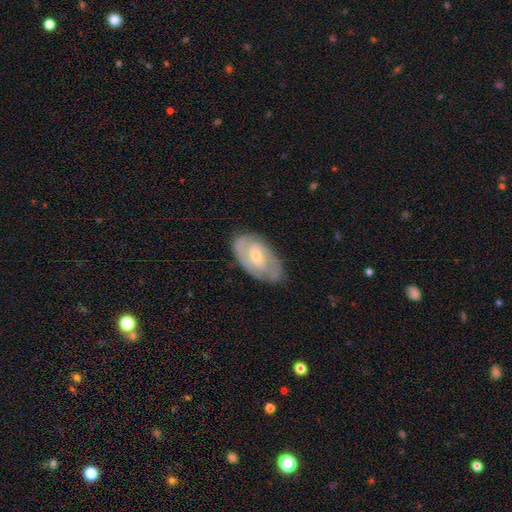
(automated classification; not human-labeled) This appears to be a featured or disk galaxy (74%) with no bar (57%), 2 (54%) tight (59%) spiral arms (83%) and a small central bulge (61%). Merging: none (75%).